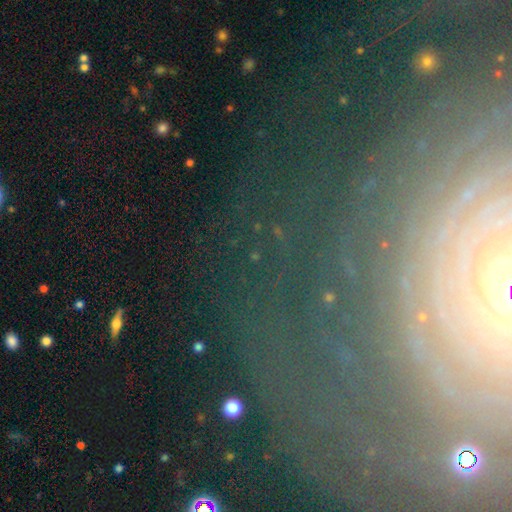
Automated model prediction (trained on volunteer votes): smooth_or_featured: featured or disk (p=0.42) [alt: star or artifact p=0.40]
merging: none (p=0.76) [alt: minor disturbance p=0.12]